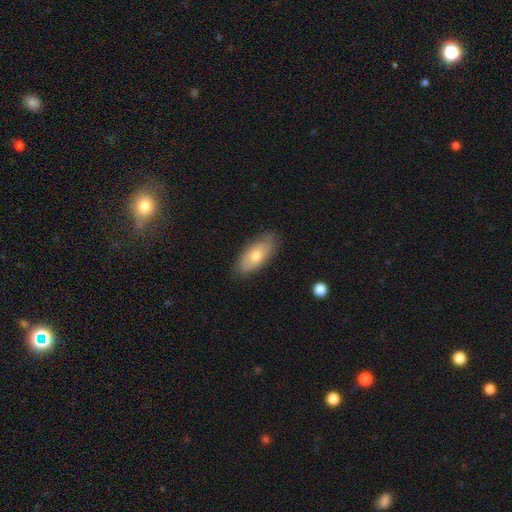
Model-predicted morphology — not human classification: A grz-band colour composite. It shows a smooth galaxy with no disk features (62%) that is in between round and cigar-shaped (86%). Merging: none (82%).